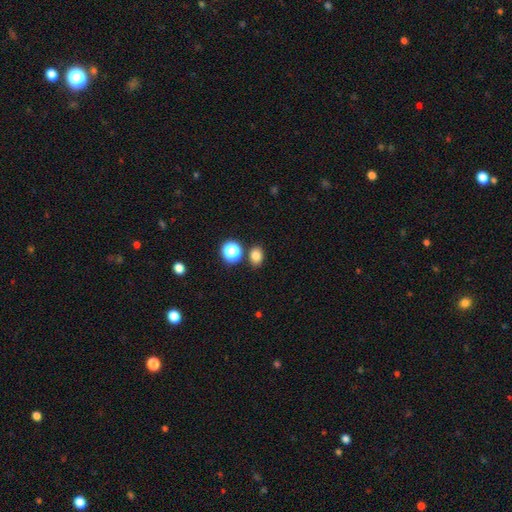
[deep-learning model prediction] A smooth galaxy with no disk features (80%) that is in between round and cigar-shaped (53%). Merging: none (80%).